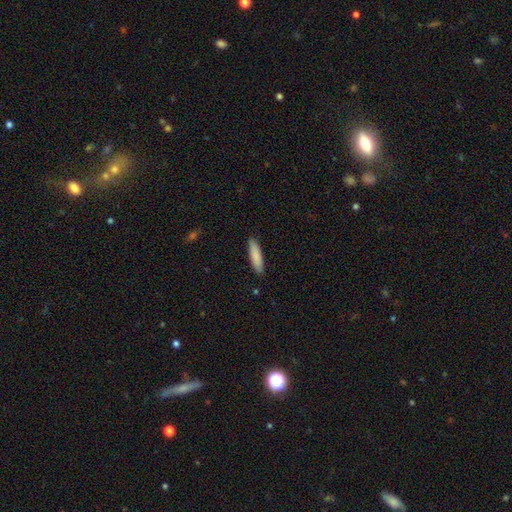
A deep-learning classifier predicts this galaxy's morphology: Overall: smooth (86%). How rounded: cigar-shaped (72%). Merging: none (90%).